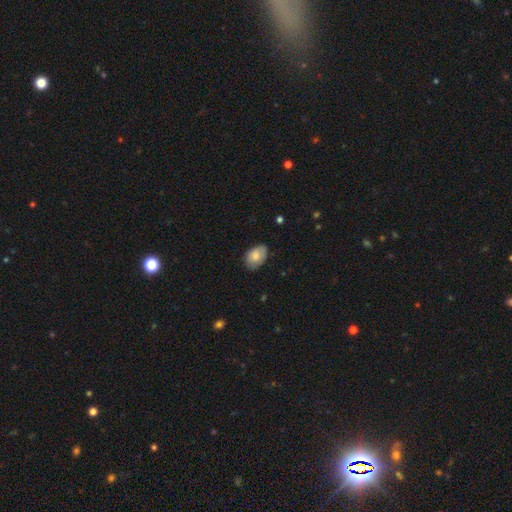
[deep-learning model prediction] This appears to be a smooth galaxy with no disk features (78%) that is in between round and cigar-shaped (87%). Merging: none (70%).